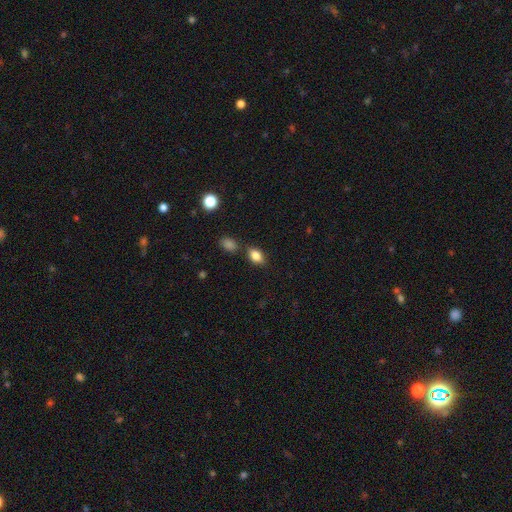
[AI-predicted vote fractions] Overall: smooth (83%). How rounded: in between (84%). Merging: none (76%).